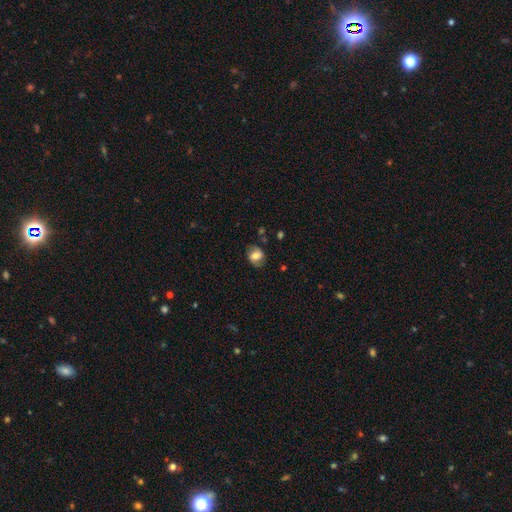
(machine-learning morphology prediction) Smooth or featured?
  - smooth: 57% *
  - featured or disk: 34%
  - star or artifact: 9%
How rounded?
  - in between: 56% *
  - round: 42%
  - cigar-shaped: 2%
Merging?
  - none: 71% *
  - minor disturbance: 19%
  - major disturbance: 8%
  - merger: 2%